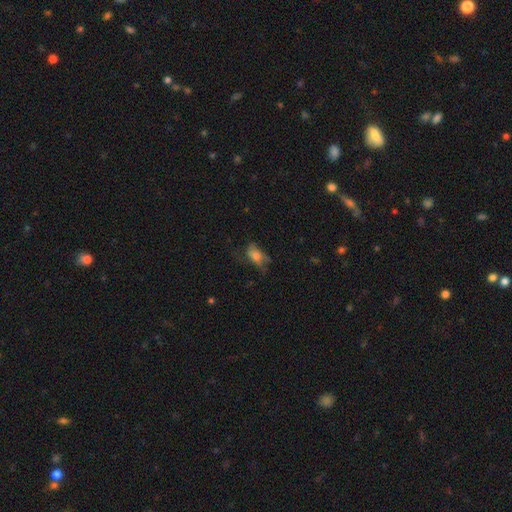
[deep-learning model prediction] The model was most divided on "merging": none: 40%, major disturbance: 32%, minor disturbance: 25%, merger: 2%. More confident: how rounded — in between (83%); smooth or featured — smooth (57%).